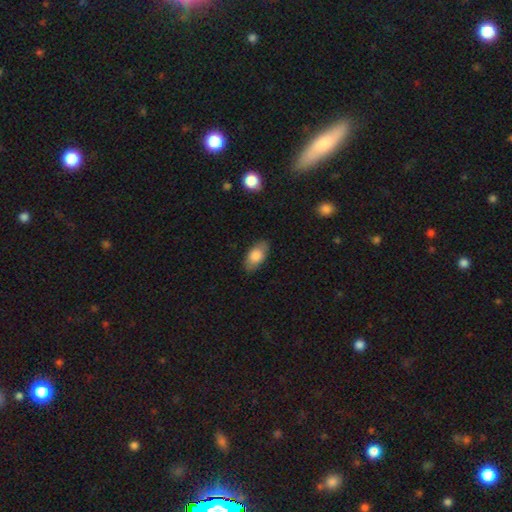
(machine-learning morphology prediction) smooth-or-featured: smooth: 80% | featured or disk: 14% | star or artifact: 7%
  how-rounded: in between: 91% | round: 5% | cigar-shaped: 4%
  merging: none: 82% | minor disturbance: 14% | major disturbance: 3% | merger: 1%